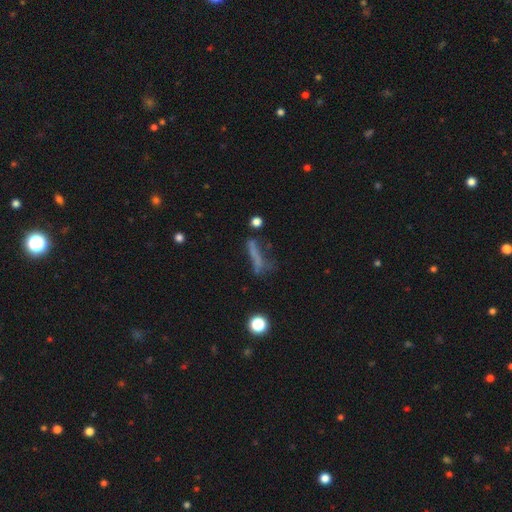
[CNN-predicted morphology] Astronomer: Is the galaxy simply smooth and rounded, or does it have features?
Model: smooth — 51% (runner-up: featured or disk, 30%).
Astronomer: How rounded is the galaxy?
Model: cigar-shaped — 76%.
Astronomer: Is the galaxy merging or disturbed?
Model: none — 44% (runner-up: major disturbance, 24%).